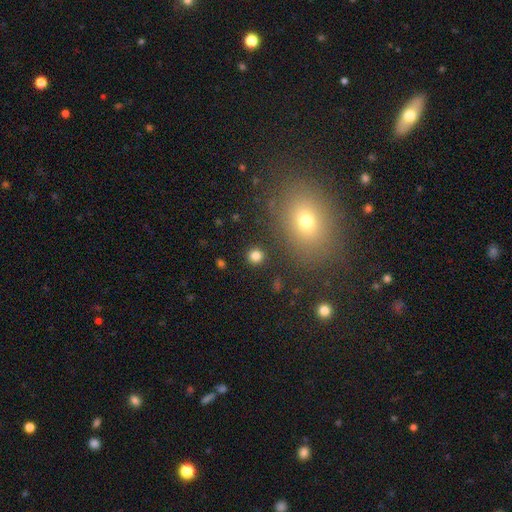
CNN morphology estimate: This appears to be a smooth galaxy with no disk features (81%) that is round (92%). Merging: none (90%).